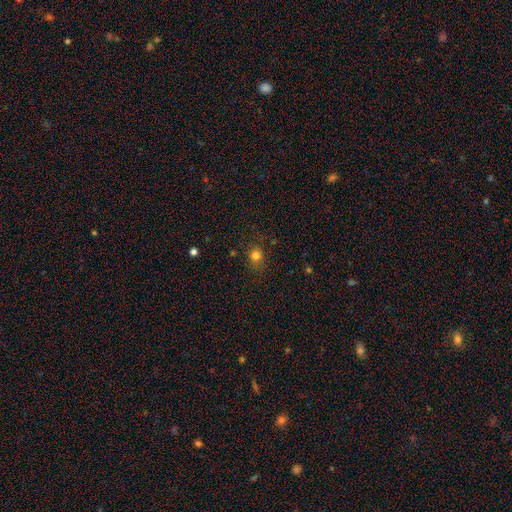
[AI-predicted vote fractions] A smooth galaxy with no disk features (77%) that is round (76%).

Vote fractions:
- Smooth or featured? smooth: 77% / star or artifact: 16% / featured or disk: 7%
- How rounded? round: 76% / in between: 23% / cigar-shaped: 1%
- Merging? none: 79% / minor disturbance: 14% / major disturbance: 5% / merger: 2%